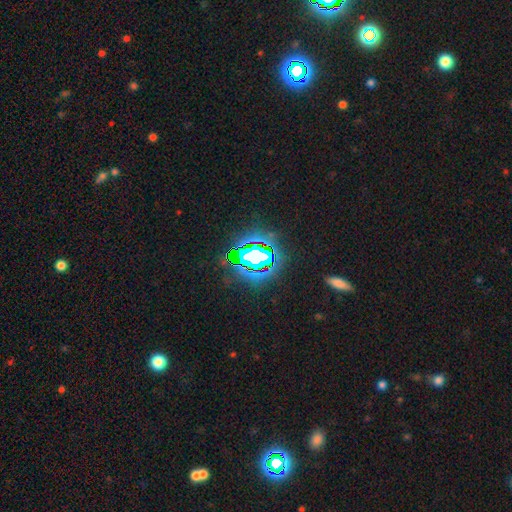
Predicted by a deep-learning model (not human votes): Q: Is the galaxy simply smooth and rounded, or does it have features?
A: star or artifact — 73%.